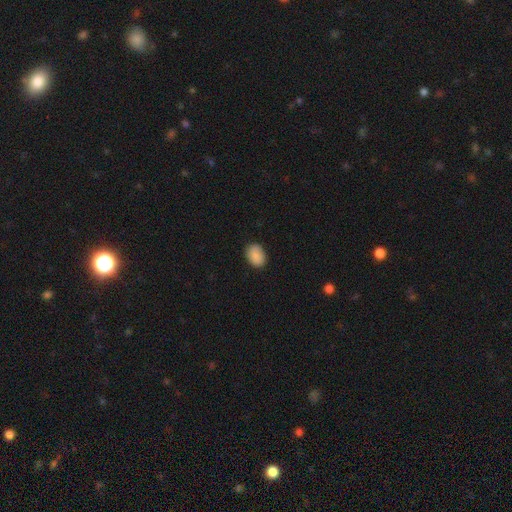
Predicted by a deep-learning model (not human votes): A smooth galaxy with no disk features (89%) that is in between round and cigar-shaped (77%).

Vote fractions:
- Smooth or featured? smooth: 89% / star or artifact: 7% / featured or disk: 4%
- How rounded? in between: 77% / round: 22% / cigar-shaped: 1%
- Merging? none: 82% / minor disturbance: 14% / major disturbance: 3% / merger: 1%